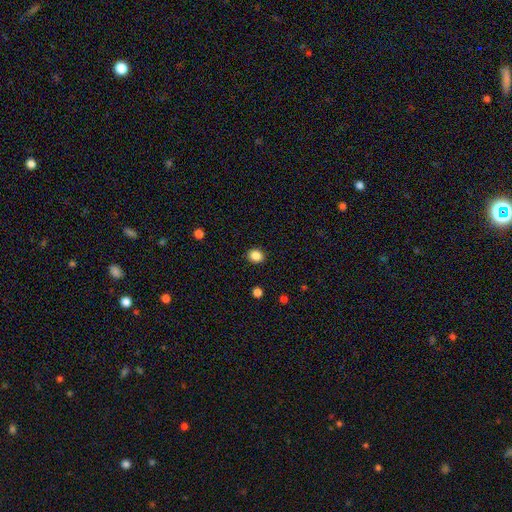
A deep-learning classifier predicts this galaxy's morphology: This appears to be a smooth galaxy with no disk features (86%) that is round (69%). Merging: none (91%).